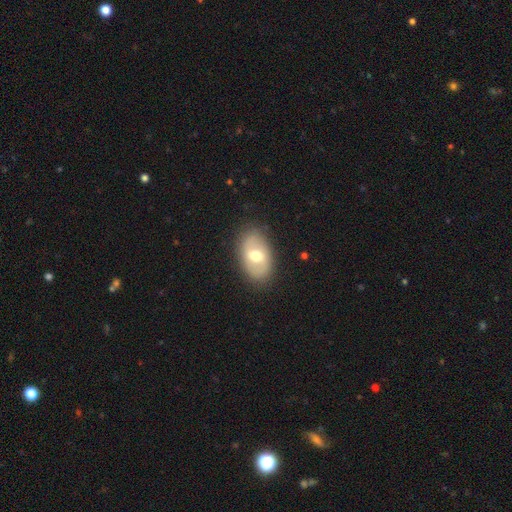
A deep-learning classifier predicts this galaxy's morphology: This is possibly a smooth galaxy (52%). How rounded: clearly in between (86%). Merging: clearly none (84%).